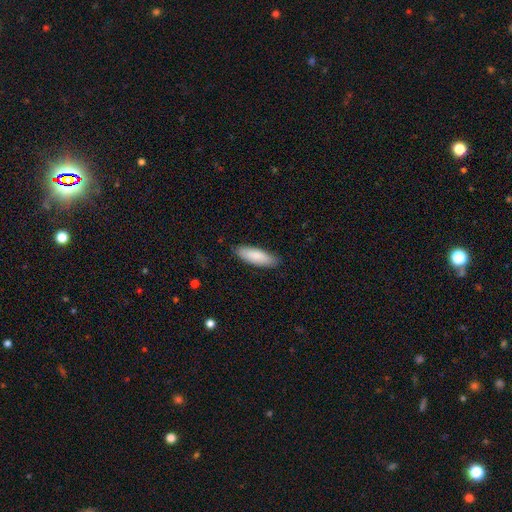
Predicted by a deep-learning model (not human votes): Q: Smooth or featured?
A: smooth (87%); runner-up: featured or disk (8%)
Q: How rounded?
A: in between (60%); runner-up: cigar-shaped (39%)
Q: Merging?
A: none (85%); runner-up: minor disturbance (12%)